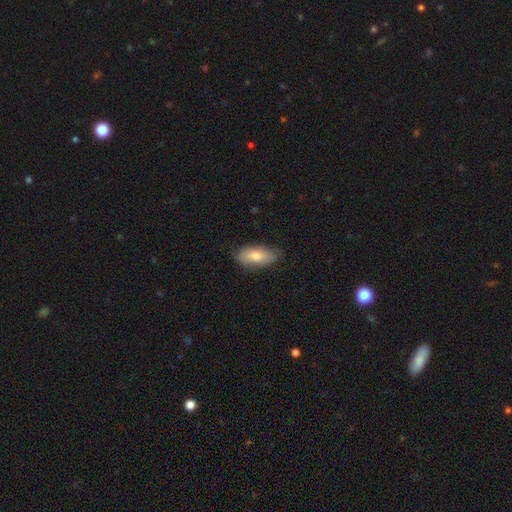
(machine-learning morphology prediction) Overall: smooth (74%). How rounded: in between (87%). Merging: none (75%).